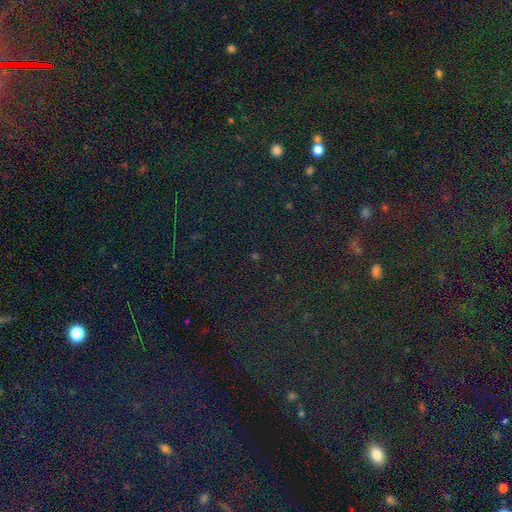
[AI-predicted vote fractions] Q: Smooth or featured?
A: star or artifact (81%); runner-up: smooth (12%)